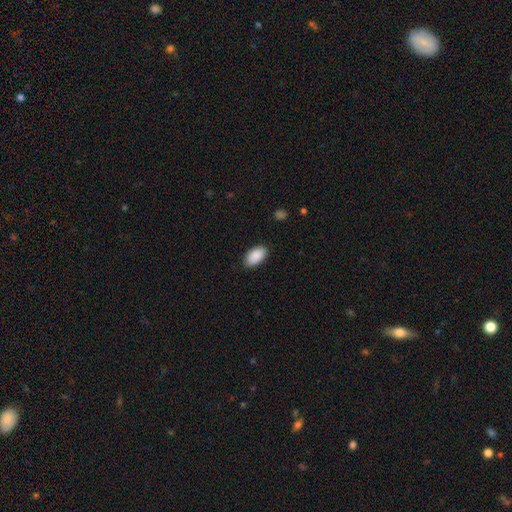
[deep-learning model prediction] This is clearly a smooth galaxy (91%). How rounded: clearly in between (95%). Merging: clearly none (87%).